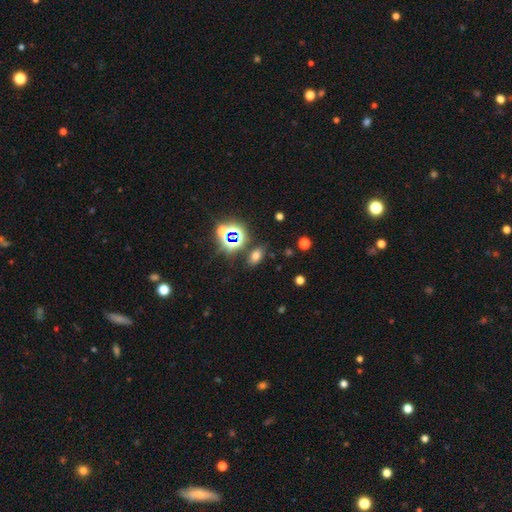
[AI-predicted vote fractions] Morphology: type=smooth (61%); roundness=in between (85%); merging=none (82%).